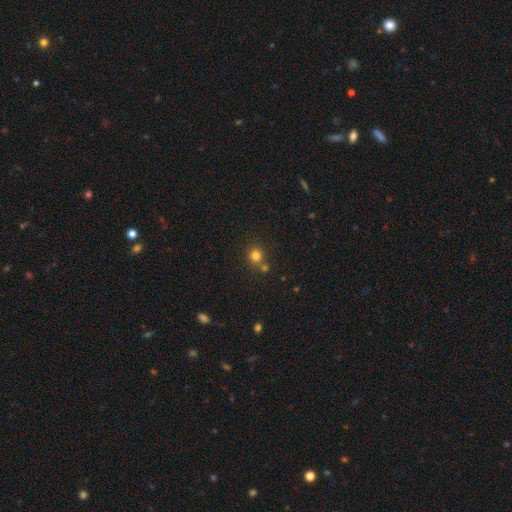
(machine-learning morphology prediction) This is likely a smooth galaxy (79%). How rounded: clearly round (87%). Merging: likely none (67%).